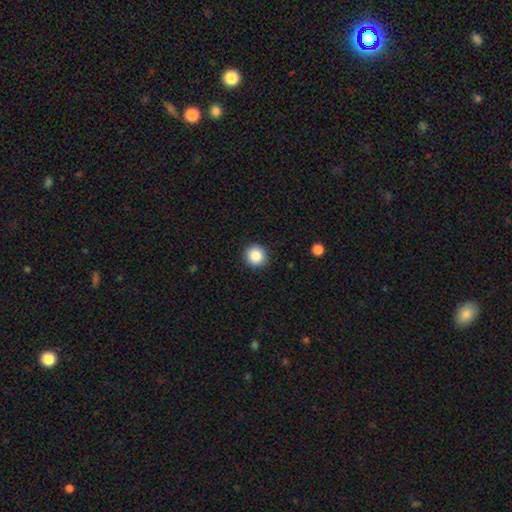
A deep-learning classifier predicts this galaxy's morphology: type=smooth (87%); roundness=round (94%); merging=none (91%).